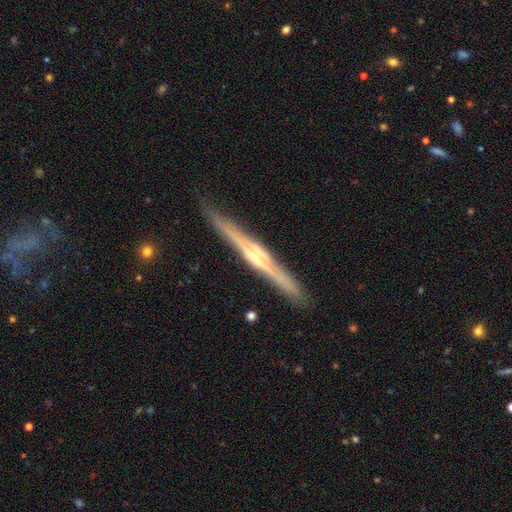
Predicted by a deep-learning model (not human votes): Q: Smooth or featured?
A: featured or disk (82%); runner-up: smooth (13%)
Q: Edge-on disk?
A: yes (98%); runner-up: no (2%)
Q: Edge-on bulge?
A: rounded (67%); runner-up: boxy (18%)
Q: Merging?
A: none (89%); runner-up: minor disturbance (8%)